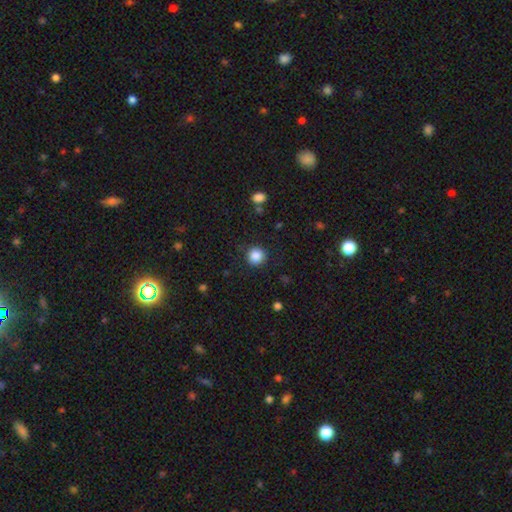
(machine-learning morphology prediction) Smooth or featured: smooth — 86% (star or artifact — 10%)
How rounded: round — 94% (in between — 5%)
Merging: none — 89% (minor disturbance — 7%)